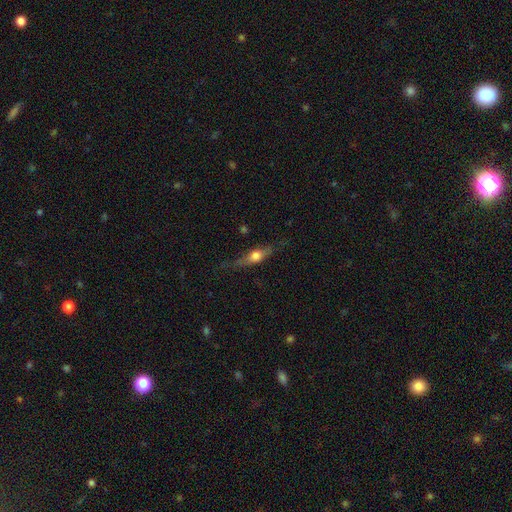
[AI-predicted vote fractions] The model was most divided on "smooth or featured": featured or disk: 47%, smooth: 46%, star or artifact: 7%. More confident: merging — none (70%).